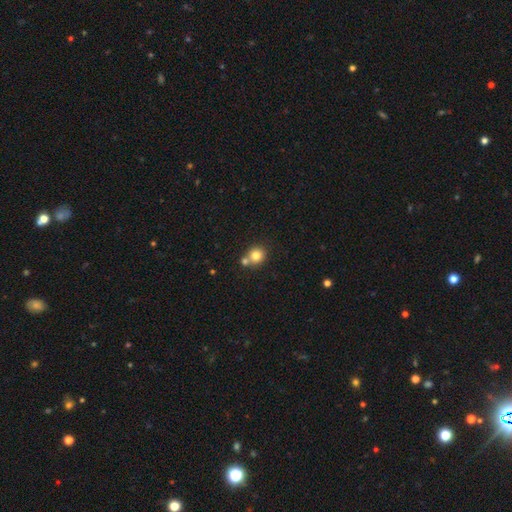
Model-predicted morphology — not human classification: The model was most divided on "merging": none: 56%, merger: 33%, minor disturbance: 8%, major disturbance: 2%. More confident: how rounded — round (87%); smooth or featured — smooth (80%).